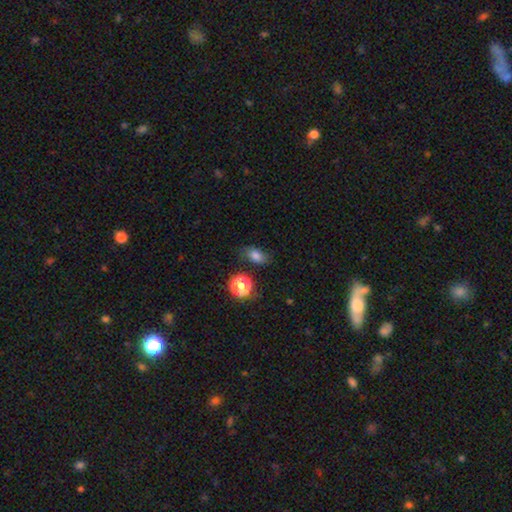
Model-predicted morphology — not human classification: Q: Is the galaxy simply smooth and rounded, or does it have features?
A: smooth — 76%.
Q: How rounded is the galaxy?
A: in between — 78%.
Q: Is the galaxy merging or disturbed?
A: none — 72%.